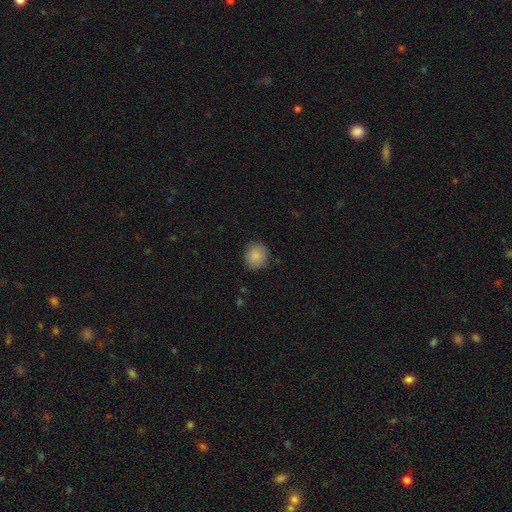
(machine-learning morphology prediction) Smooth or featured?
  - smooth: 87% *
  - star or artifact: 8%
  - featured or disk: 5%
How rounded?
  - round: 83% *
  - in between: 16%
  - cigar-shaped: 1%
Merging?
  - none: 85% *
  - minor disturbance: 11%
  - major disturbance: 3%
  - merger: 1%